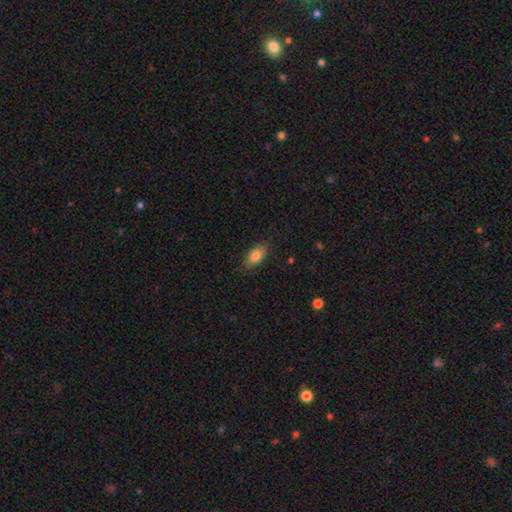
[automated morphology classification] This appears to be a smooth galaxy with no disk features (83%) that is in between round and cigar-shaped (89%). Merging: none (81%).